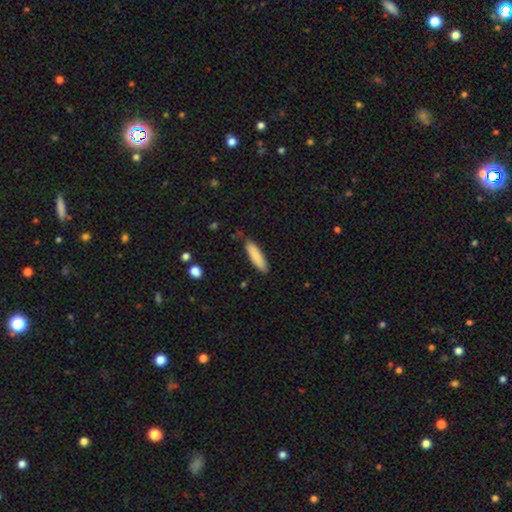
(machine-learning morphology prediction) smooth_or_featured: smooth (p=0.87) [alt: featured or disk p=0.08]
how_rounded: cigar-shaped (p=0.67) [alt: in between p=0.31]
merging: none (p=0.83) [alt: minor disturbance p=0.13]